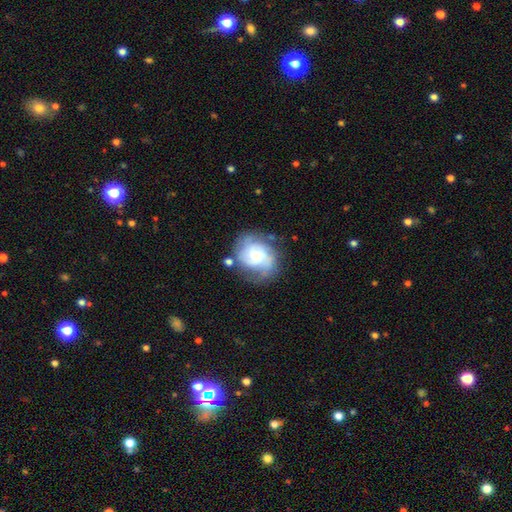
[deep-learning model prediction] featured or disk 68%, smooth 25%, star or artifact 7%. Down the decision tree: edge-on disk — no (98%); bar — no (69%); spiral arms — yes (89%); spiral arm count — 2 (42%); spiral winding — medium (42%); bulge size — small (55%); merging — none (59%).